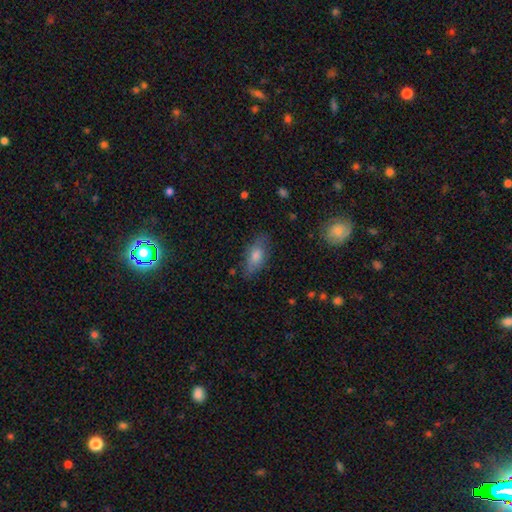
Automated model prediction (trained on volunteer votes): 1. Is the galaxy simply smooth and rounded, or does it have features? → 67% smooth, 23% featured or disk, 10% star or artifact.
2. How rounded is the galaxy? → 81% in between, 13% cigar-shaped, 5% round.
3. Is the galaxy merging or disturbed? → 79% none, 16% minor disturbance, 4% major disturbance, 1% merger.